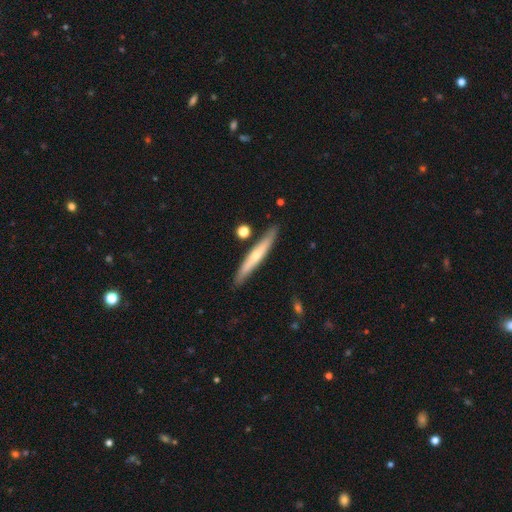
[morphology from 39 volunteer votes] Volunteers were most divided on "smooth or featured": smooth: 49%, featured or disk: 44%, star or artifact: 8%. More confident: how rounded — cigar-shaped (100%); merging — none (94%).